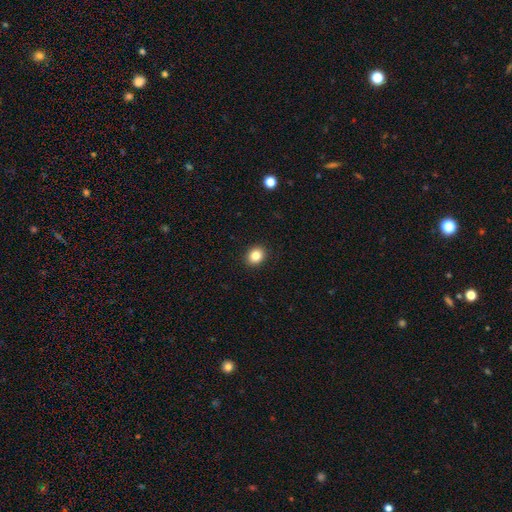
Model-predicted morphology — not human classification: Q: Smooth or featured?
A: smooth (85%); runner-up: star or artifact (10%)
Q: How rounded?
A: round (68%); runner-up: in between (32%)
Q: Merging?
A: none (92%); runner-up: minor disturbance (5%)